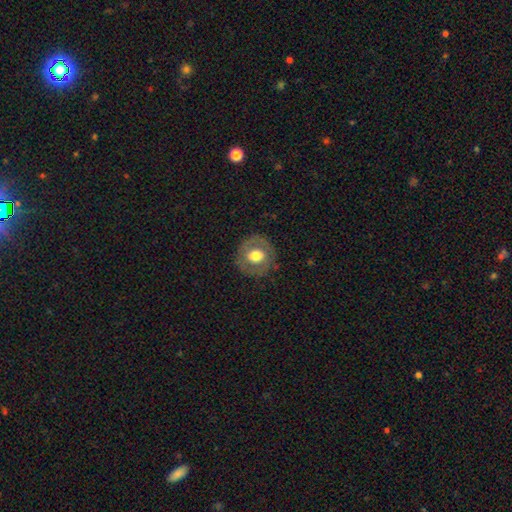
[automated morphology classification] This is possibly a smooth galaxy (53%). How rounded: clearly round (87%). Merging: clearly none (83%).